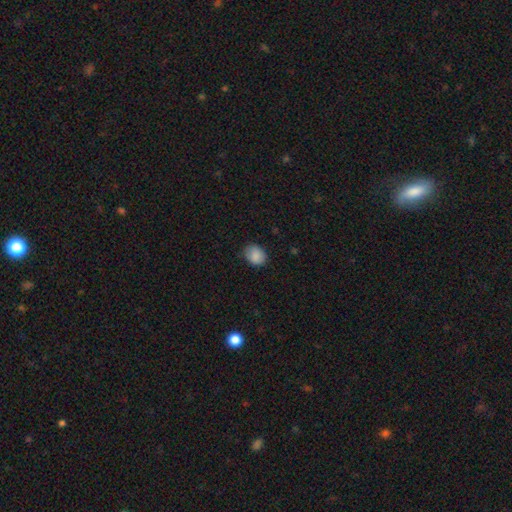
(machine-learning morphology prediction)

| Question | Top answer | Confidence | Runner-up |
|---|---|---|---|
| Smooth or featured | smooth | 87% | star or artifact (9%) |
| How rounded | round | 51% | in between (48%) |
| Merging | none | 77% | minor disturbance (18%) |